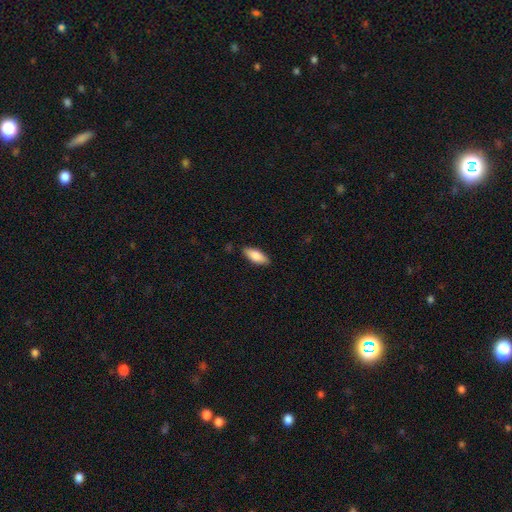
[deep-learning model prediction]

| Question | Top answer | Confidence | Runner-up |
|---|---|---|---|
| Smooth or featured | smooth | 83% | featured or disk (11%) |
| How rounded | in between | 76% | cigar-shaped (22%) |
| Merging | none | 86% | minor disturbance (11%) |